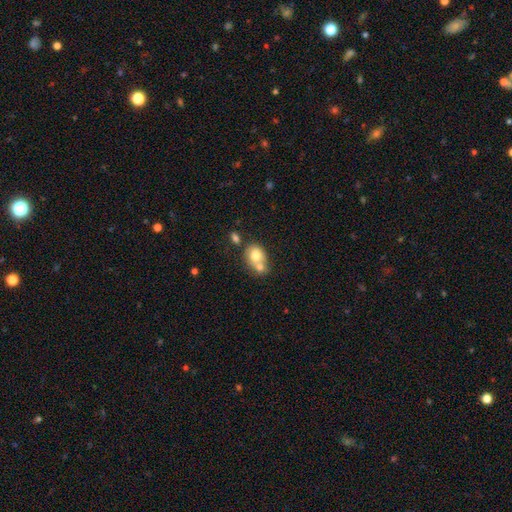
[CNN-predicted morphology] smooth 74%, featured or disk 17%, star or artifact 9%. Down the decision tree: how rounded — round (51%); merging — merger (56%).